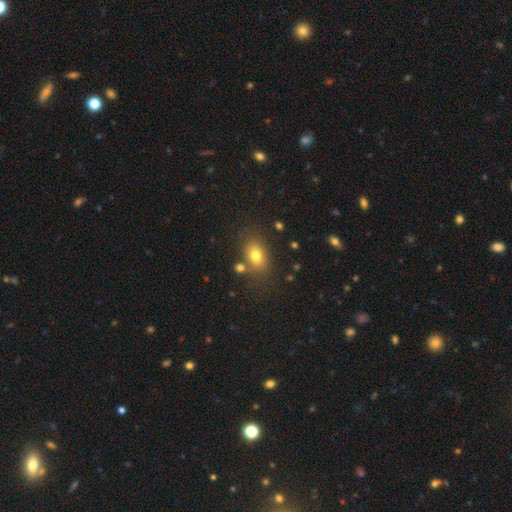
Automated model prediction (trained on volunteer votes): Smooth or featured?
  - smooth: 77% *
  - star or artifact: 12%
  - featured or disk: 12%
How rounded?
  - in between: 75% *
  - round: 23%
  - cigar-shaped: 1%
Merging?
  - none: 74% *
  - minor disturbance: 13%
  - merger: 8%
  - major disturbance: 5%